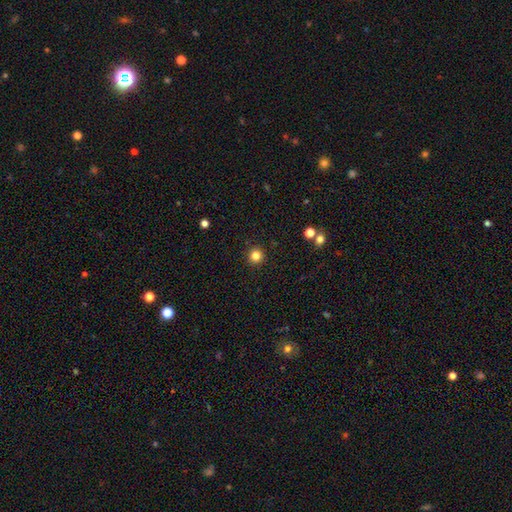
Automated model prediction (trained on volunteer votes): This appears to be a smooth galaxy with no disk features (83%) that is round (96%). Merging: none (93%).